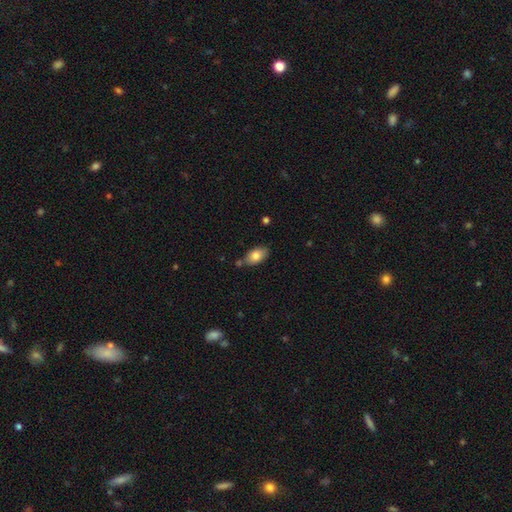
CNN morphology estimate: The model was most divided on "merging": none: 71%, minor disturbance: 17%, merger: 8%, major disturbance: 3%. More confident: how rounded — in between (91%); smooth or featured — smooth (82%).